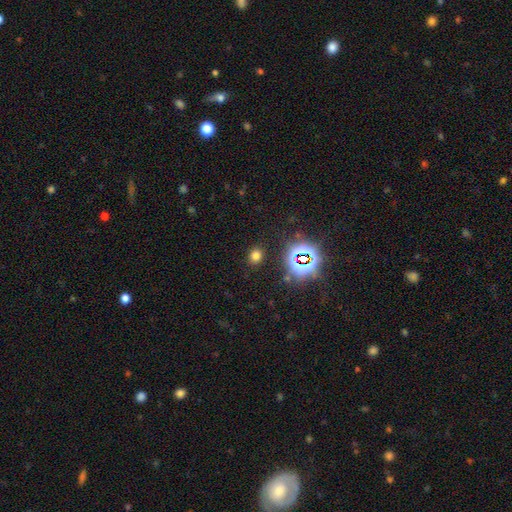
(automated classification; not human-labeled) This is likely a smooth galaxy (67%). How rounded: likely round (62%). Merging: clearly none (87%).